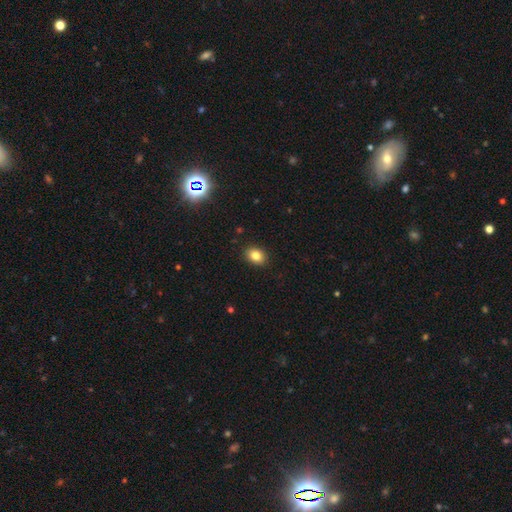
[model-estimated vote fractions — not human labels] This is clearly a smooth galaxy (82%). How rounded: possibly in between (60%). Merging: clearly none (90%).